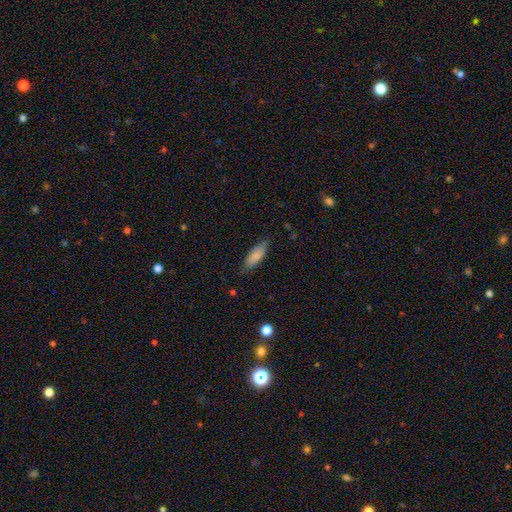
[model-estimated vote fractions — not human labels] A smooth galaxy with no disk features (85%) that is in between round and cigar-shaped (72%). Merging: none (79%).